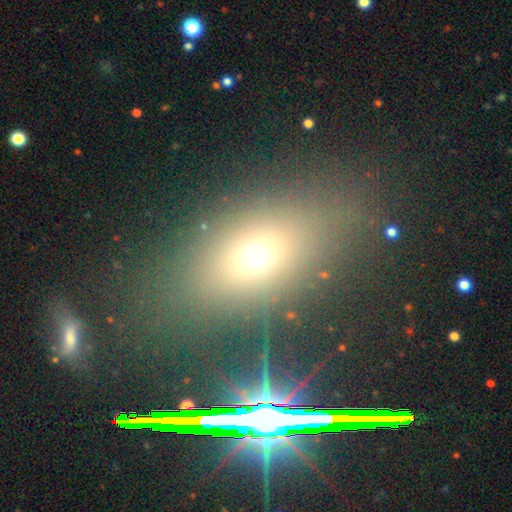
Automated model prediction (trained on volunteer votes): Smooth or featured? smooth (58%)
How rounded? in between (70%)
Merging? none (79%)